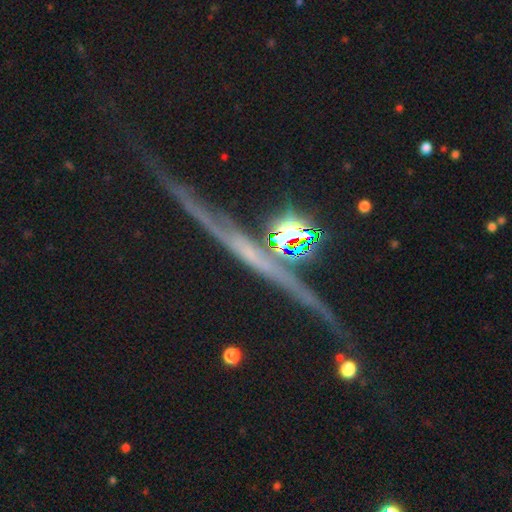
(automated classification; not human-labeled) smooth_or_featured: star or artifact (p=0.51) [alt: featured or disk p=0.37]